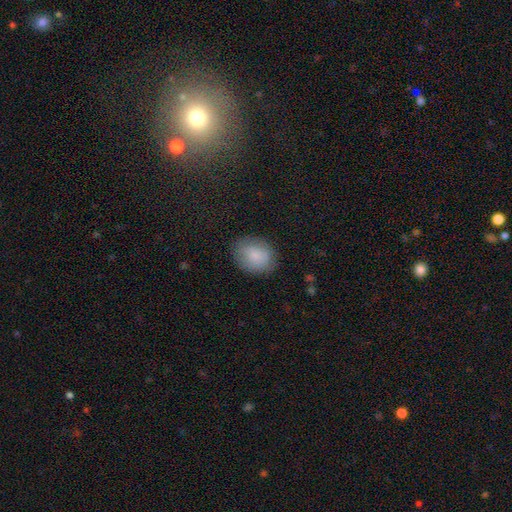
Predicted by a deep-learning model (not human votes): The model was most divided on "how rounded": in between: 63%, round: 36%, cigar-shaped: 1%. More confident: smooth or featured — smooth (82%); merging — none (78%).